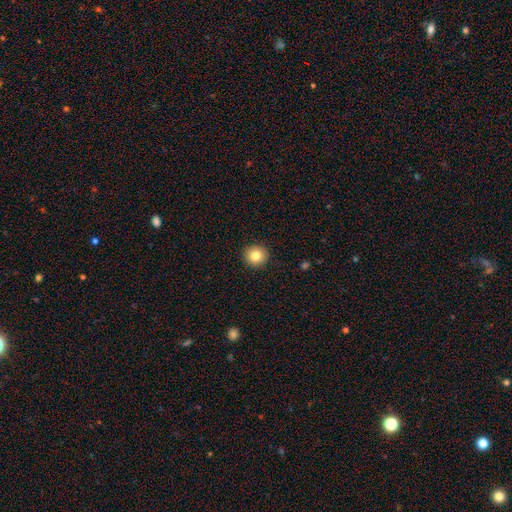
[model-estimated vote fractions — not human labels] smooth 81%, star or artifact 10%, featured or disk 8%. Down the decision tree: how rounded — round (94%); merging — none (93%).